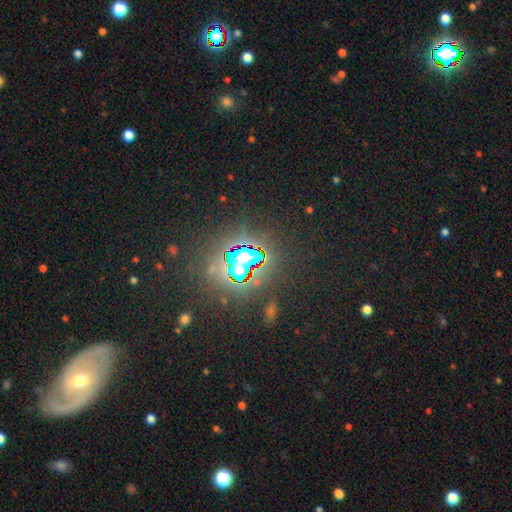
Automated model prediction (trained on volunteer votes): Morphology: type=star or artifact (75%).